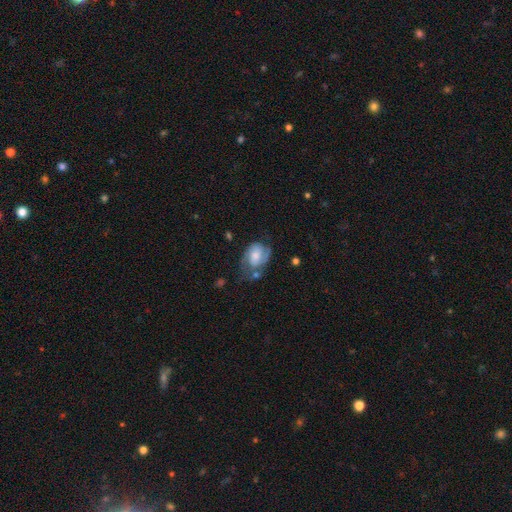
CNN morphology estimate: Q: Smooth or featured?
A: featured or disk (57%); runner-up: smooth (36%)
Q: Edge-on disk?
A: no (97%); runner-up: yes (3%)
Q: Bar?
A: no (60%); runner-up: weak (33%)
Q: Spiral arms?
A: yes (81%); runner-up: no (19%)
Q: Bulge size?
A: moderate (43%); runner-up: small (25%)
Q: Merging?
A: none (38%); runner-up: minor disturbance (29%)